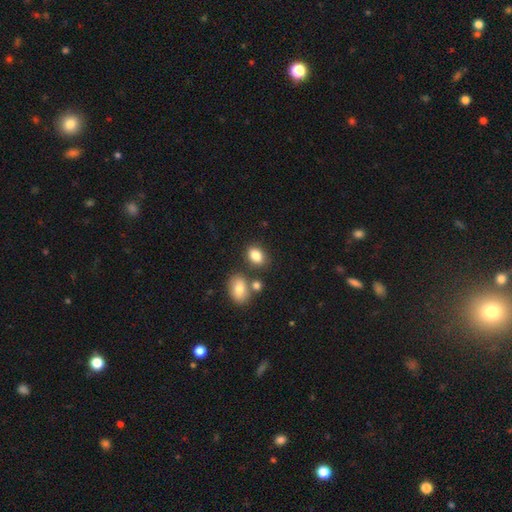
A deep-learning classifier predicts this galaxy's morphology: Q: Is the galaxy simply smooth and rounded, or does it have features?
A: smooth — 84%.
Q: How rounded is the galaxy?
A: in between — 78%.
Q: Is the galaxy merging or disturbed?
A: none — 70%.